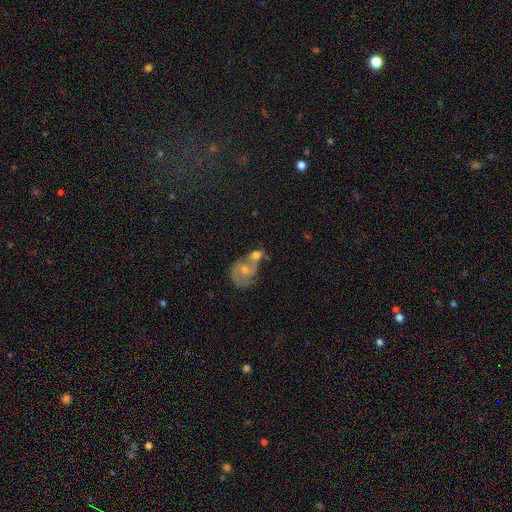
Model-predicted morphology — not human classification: This is possibly a featured or disk galaxy (50%). It is clearly not viewed edge-on (96%). Merging: likely merger (65%).